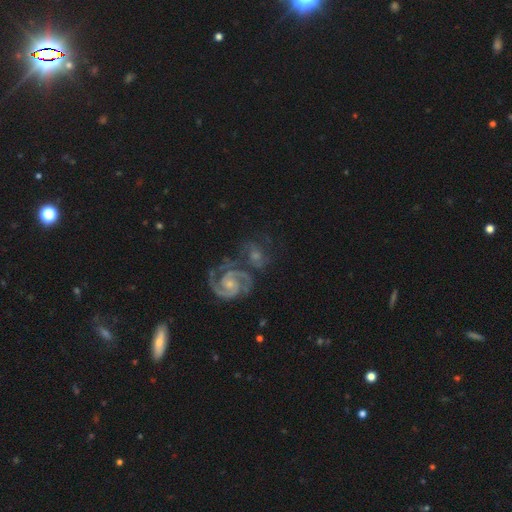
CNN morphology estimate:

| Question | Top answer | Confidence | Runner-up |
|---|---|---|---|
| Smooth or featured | featured or disk | 85% | smooth (8%) |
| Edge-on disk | no | 97% | yes (3%) |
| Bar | no | 57% | weak (33%) |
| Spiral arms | yes | 97% | no (3%) |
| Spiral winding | tight | 52% | medium (41%) |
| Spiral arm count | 2 | 80% | 3 (8%) |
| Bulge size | small | 63% | moderate (30%) |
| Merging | none | 47% | merger (32%) |